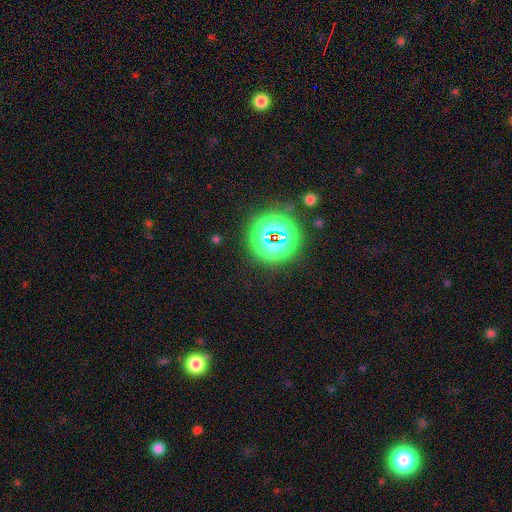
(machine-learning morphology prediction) This is likely a star or artifact rather than a galaxy (73%).